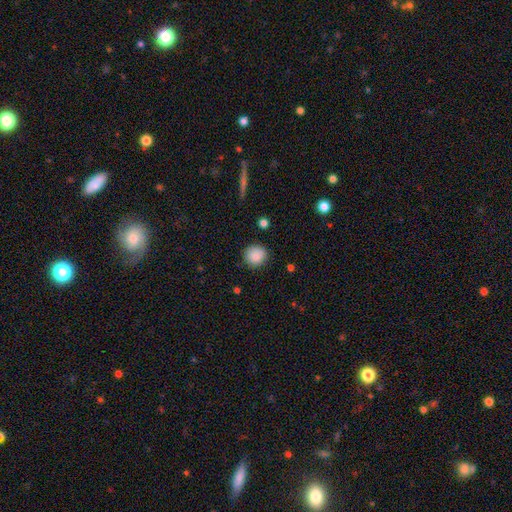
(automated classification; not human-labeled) smooth-or-featured: smooth: 87% | star or artifact: 9% | featured or disk: 4%
  how-rounded: round: 92% | in between: 7% | cigar-shaped: 1%
  merging: none: 87% | minor disturbance: 9% | major disturbance: 2% | merger: 1%